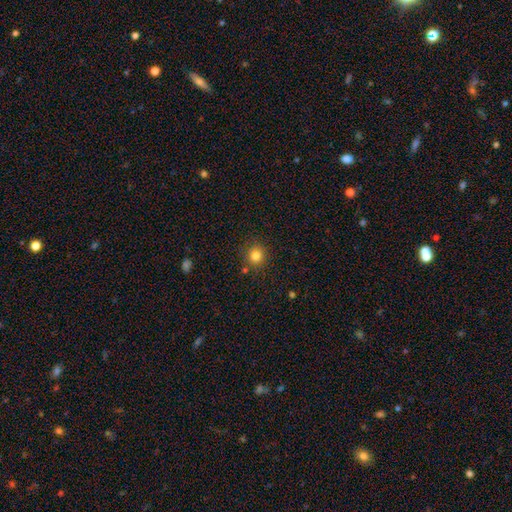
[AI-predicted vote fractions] This appears to be a smooth galaxy with no disk features (81%) that is round (89%). Merging: none (85%).